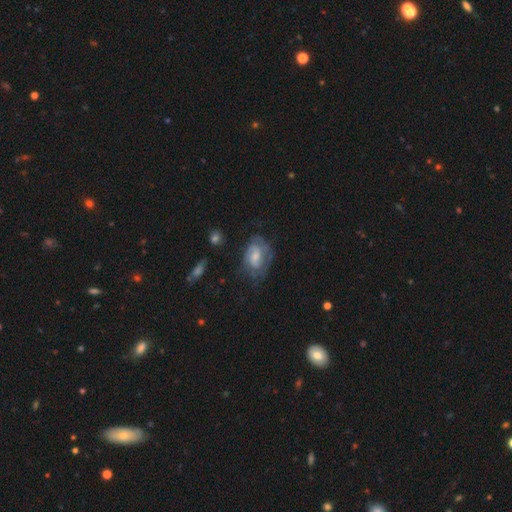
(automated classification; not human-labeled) This appears to be a featured or disk galaxy (66%) with no bar (50%), 2 (49%) tight (49%) spiral arms (83%) and a moderate central bulge (43%). Merging: none (58%).